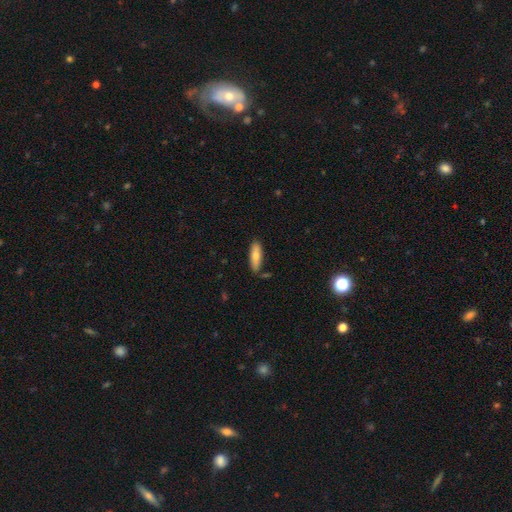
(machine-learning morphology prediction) Smooth or featured?
  - smooth: 77% *
  - featured or disk: 17%
  - star or artifact: 6%
How rounded?
  - cigar-shaped: 50% *
  - in between: 48%
  - round: 2%
Merging?
  - none: 80% *
  - minor disturbance: 14%
  - merger: 4%
  - major disturbance: 2%